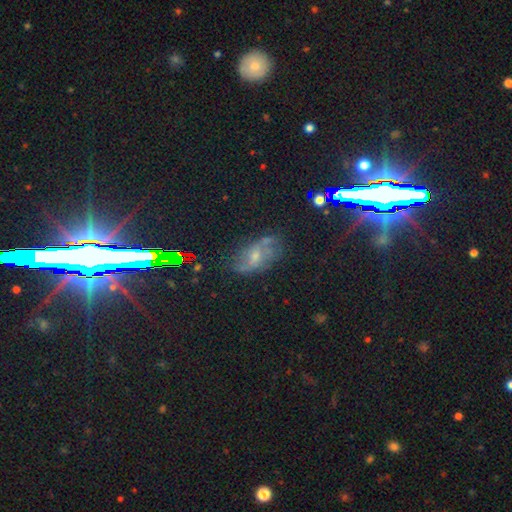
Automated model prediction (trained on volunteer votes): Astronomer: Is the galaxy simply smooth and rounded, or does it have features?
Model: featured or disk — 49% (runner-up: star or artifact, 25%).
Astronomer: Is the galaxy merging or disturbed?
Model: none — 60%.